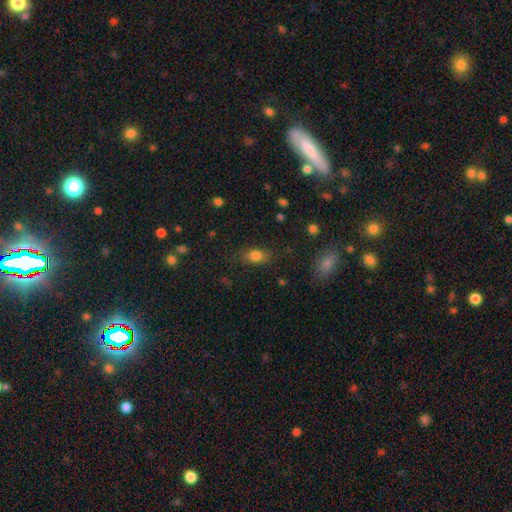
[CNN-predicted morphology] A smooth galaxy with no disk features (81%) that is in between round and cigar-shaped (79%). Merging: none (79%).